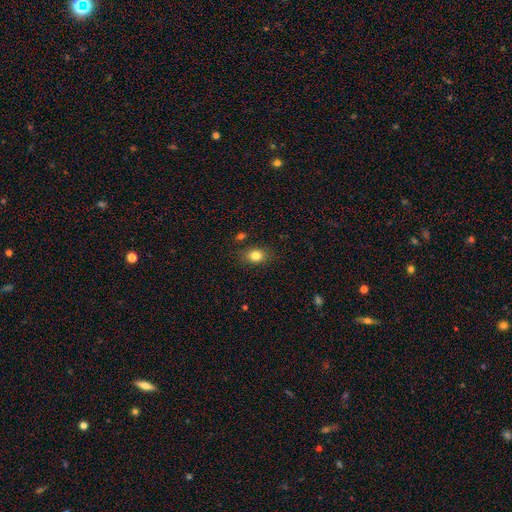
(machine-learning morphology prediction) This appears to be a smooth galaxy with no disk features (81%) that is in between round and cigar-shaped (63%). Merging: none (82%).